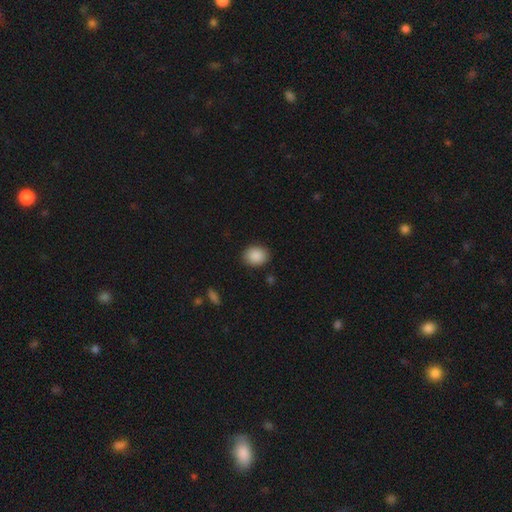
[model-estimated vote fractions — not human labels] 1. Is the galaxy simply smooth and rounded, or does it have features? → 89% smooth, 8% star or artifact, 4% featured or disk.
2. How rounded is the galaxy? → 51% round, 48% in between, 1% cigar-shaped.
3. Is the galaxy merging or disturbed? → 87% none, 9% minor disturbance, 2% major disturbance, 1% merger.